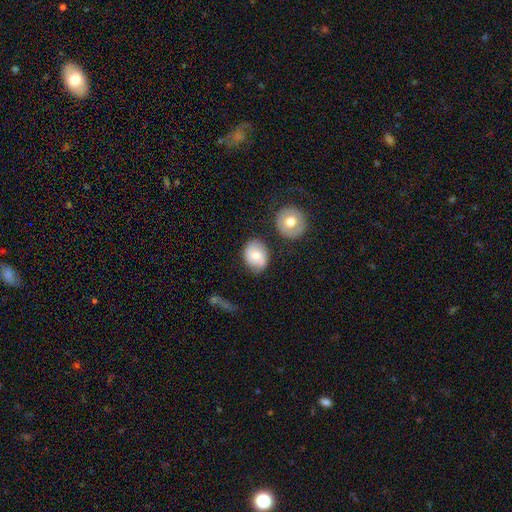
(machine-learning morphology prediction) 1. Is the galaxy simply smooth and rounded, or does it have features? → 68% smooth, 25% featured or disk, 7% star or artifact.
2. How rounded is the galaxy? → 53% round, 46% in between, 1% cigar-shaped.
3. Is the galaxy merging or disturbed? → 68% none, 19% minor disturbance, 8% merger, 5% major disturbance.